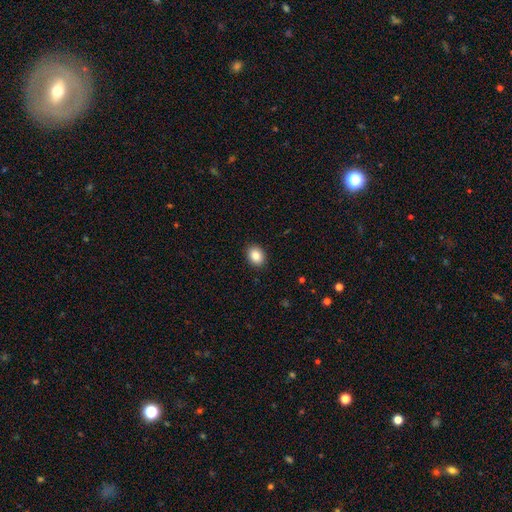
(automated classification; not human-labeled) Morphology: type=smooth (86%); roundness=in between (58%); merging=none (91%).